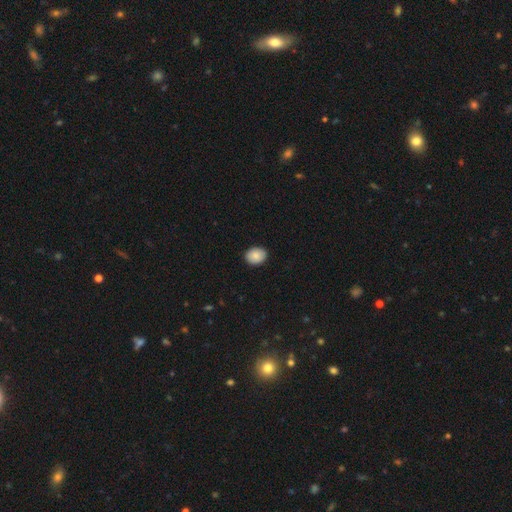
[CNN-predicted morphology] Smooth or featured? smooth (86%)
How rounded? in between (59%)
Merging? none (89%)